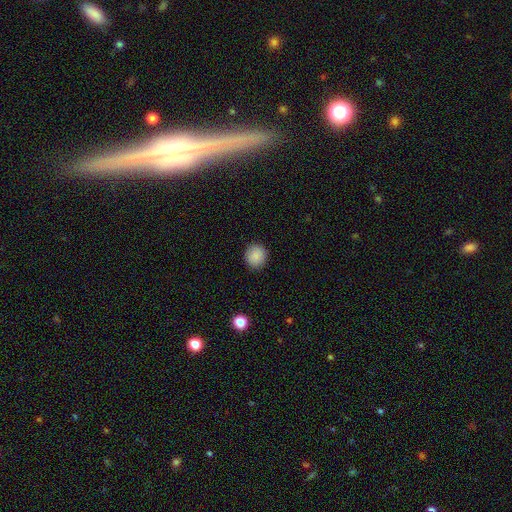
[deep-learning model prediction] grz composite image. It shows a smooth galaxy with no disk features (88%) that is round (90%). Merging: none (91%).